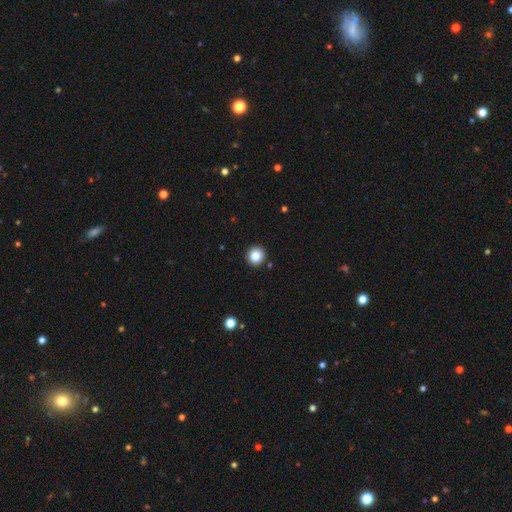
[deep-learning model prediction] Morphology: type=smooth (86%); roundness=round (91%); merging=none (92%).